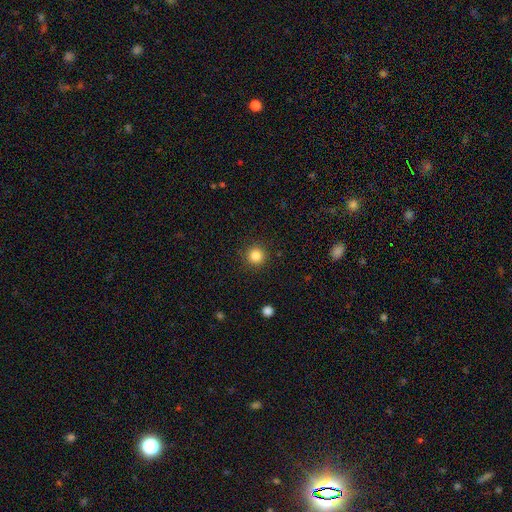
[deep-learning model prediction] A smooth galaxy with no disk features (84%) that is round (95%).

Vote fractions:
- Smooth or featured? smooth: 84% / star or artifact: 11% / featured or disk: 4%
- How rounded? round: 95% / in between: 4% / cigar-shaped: 1%
- Merging? none: 91% / minor disturbance: 6% / major disturbance: 2% / merger: 1%